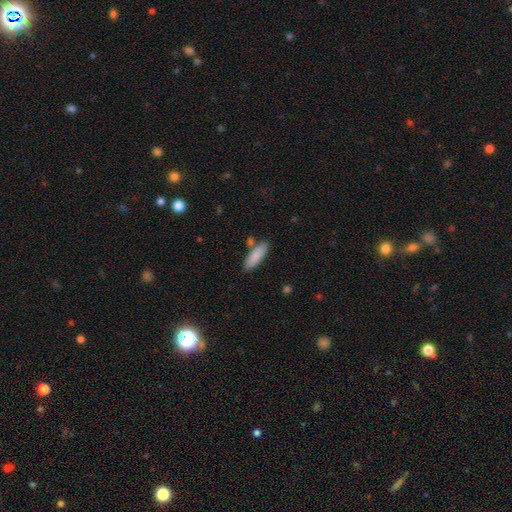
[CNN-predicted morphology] A smooth galaxy with no disk features (87%) that is in between round and cigar-shaped (53%).

Vote fractions:
- Smooth or featured? smooth: 87% / featured or disk: 7% / star or artifact: 6%
- How rounded? in between: 53% / cigar-shaped: 45% / round: 2%
- Merging? none: 78% / minor disturbance: 12% / merger: 7% / major disturbance: 3%